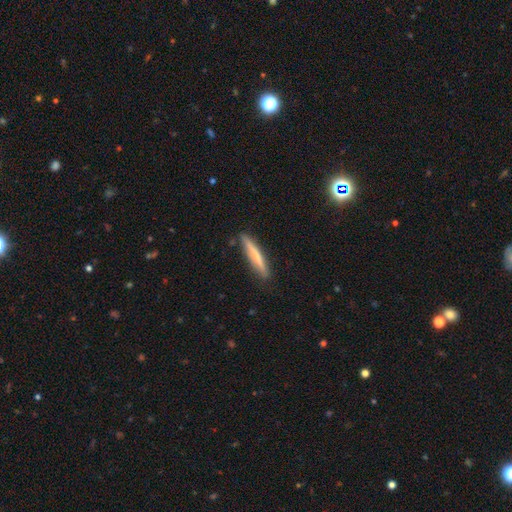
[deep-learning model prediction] Morphology: type=smooth (61%); roundness=cigar-shaped (94%); merging=none (86%).